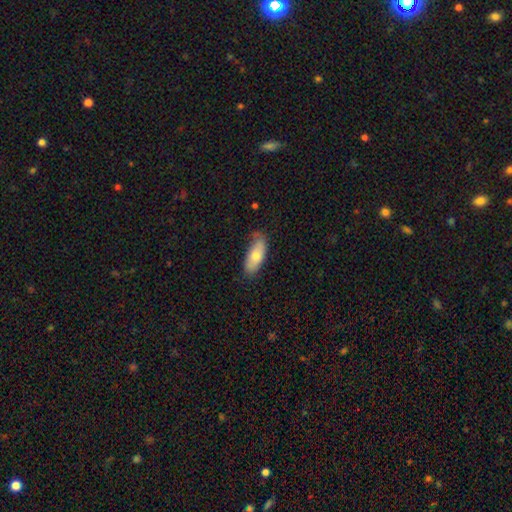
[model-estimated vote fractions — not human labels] This is likely a smooth galaxy (73%). How rounded: clearly in between (82%). Merging: likely none (63%).